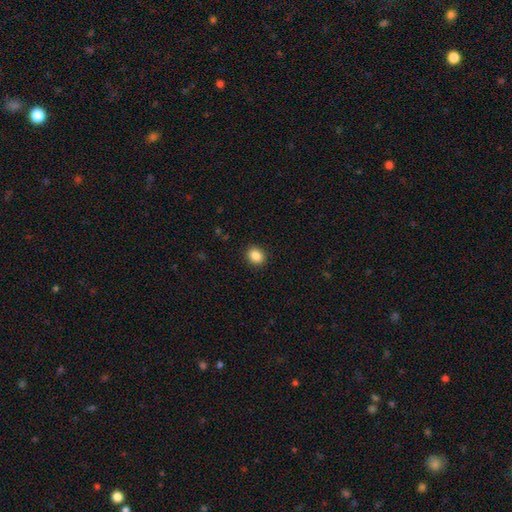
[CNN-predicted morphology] Smooth or featured?
  - smooth: 86% *
  - star or artifact: 9%
  - featured or disk: 4%
How rounded?
  - round: 57% *
  - in between: 42%
  - cigar-shaped: 1%
Merging?
  - none: 91% *
  - minor disturbance: 6%
  - major disturbance: 2%
  - merger: 1%